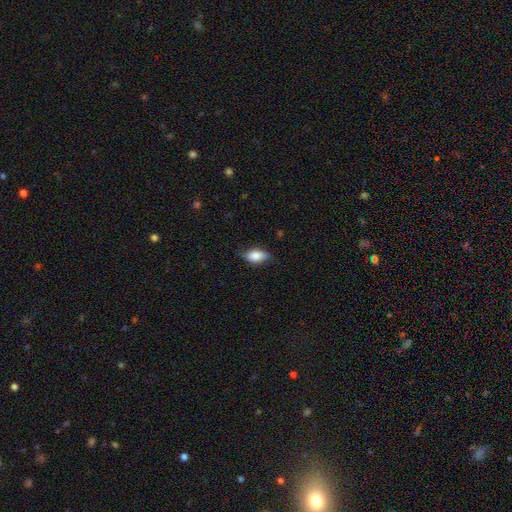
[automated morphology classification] This is likely a smooth galaxy (76%). How rounded: clearly in between (86%). Merging: likely none (67%).